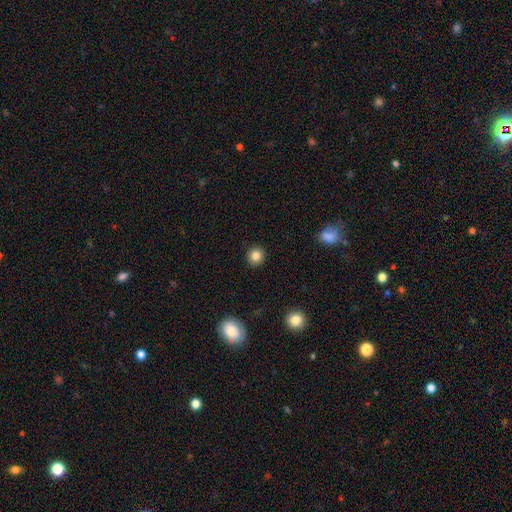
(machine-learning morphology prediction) smooth-or-featured: smooth: 83% | star or artifact: 11% | featured or disk: 6%
  how-rounded: round: 91% | in between: 8% | cigar-shaped: 1%
  merging: none: 92% | minor disturbance: 5% | major disturbance: 2% | merger: 1%